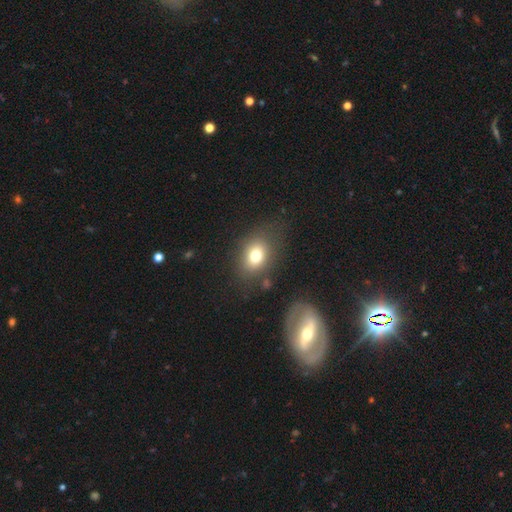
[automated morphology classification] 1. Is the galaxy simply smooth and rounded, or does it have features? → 74% smooth, 14% featured or disk, 12% star or artifact.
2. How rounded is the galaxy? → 60% in between, 38% round, 1% cigar-shaped.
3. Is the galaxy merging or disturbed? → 72% none, 15% minor disturbance, 8% major disturbance, 4% merger.